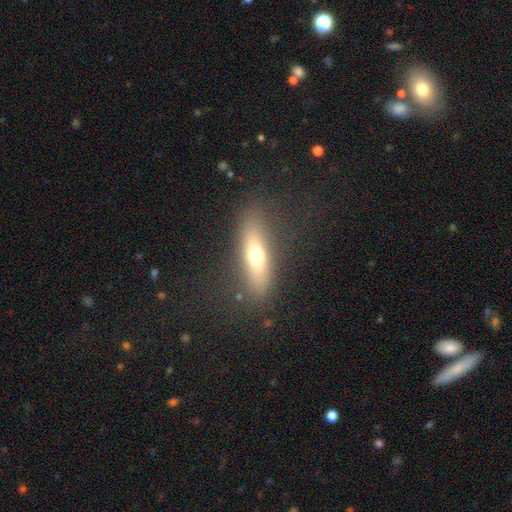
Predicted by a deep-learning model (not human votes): smooth 59%, featured or disk 33%, star or artifact 8%. Down the decision tree: how rounded — cigar-shaped (56%); merging — none (82%).